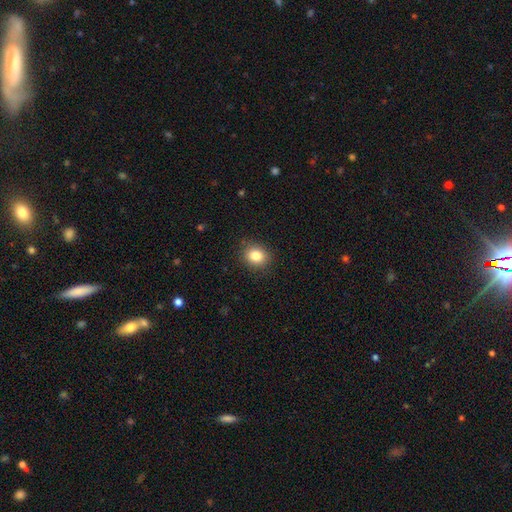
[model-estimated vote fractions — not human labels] smooth 83%, star or artifact 10%, featured or disk 6%. Down the decision tree: how rounded — round (65%); merging — none (88%).